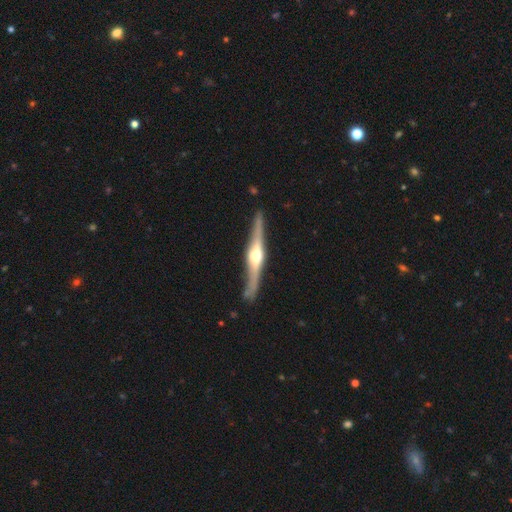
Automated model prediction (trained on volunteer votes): A featured or disk galaxy (81%) viewed edge-on (97%) with a rounded central bulge (93%). Merging: none (88%).